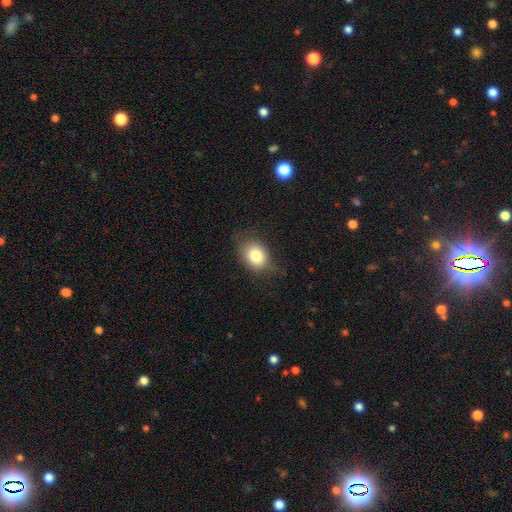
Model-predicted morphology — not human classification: smooth_or_featured: smooth (p=0.78) [alt: featured or disk p=0.13]
how_rounded: in between (p=0.52) [alt: round p=0.46]
merging: none (p=0.63) [alt: minor disturbance p=0.27]